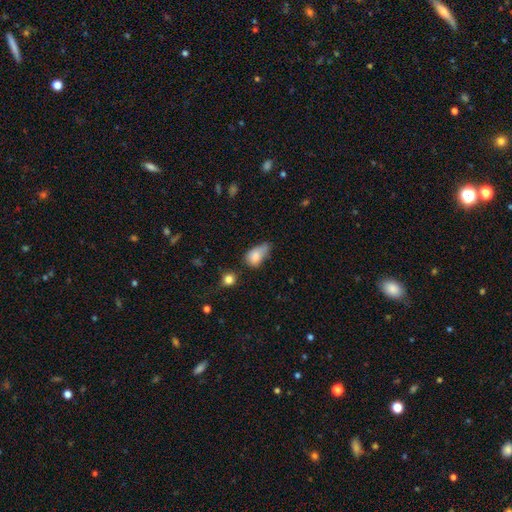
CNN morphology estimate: Smooth or featured?
  - smooth: 80% *
  - featured or disk: 10%
  - star or artifact: 9%
How rounded?
  - in between: 83% *
  - round: 14%
  - cigar-shaped: 3%
Merging?
  - minor disturbance: 43% *
  - none: 25%
  - major disturbance: 22%
  - merger: 10%